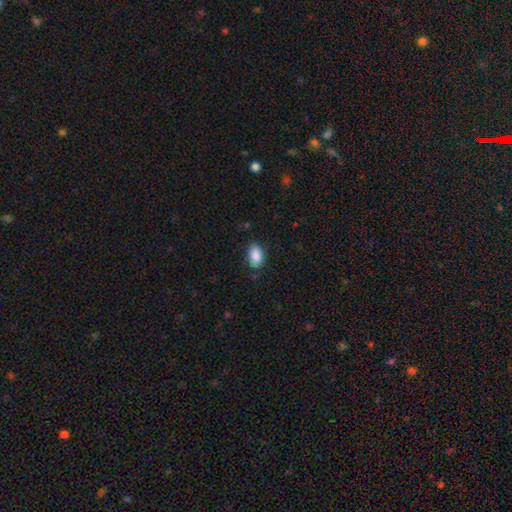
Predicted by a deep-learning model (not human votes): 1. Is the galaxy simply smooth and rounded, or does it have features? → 89% smooth, 7% star or artifact, 4% featured or disk.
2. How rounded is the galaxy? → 92% in between, 7% round, 2% cigar-shaped.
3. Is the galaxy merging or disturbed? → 83% none, 13% minor disturbance, 3% major disturbance, 1% merger.